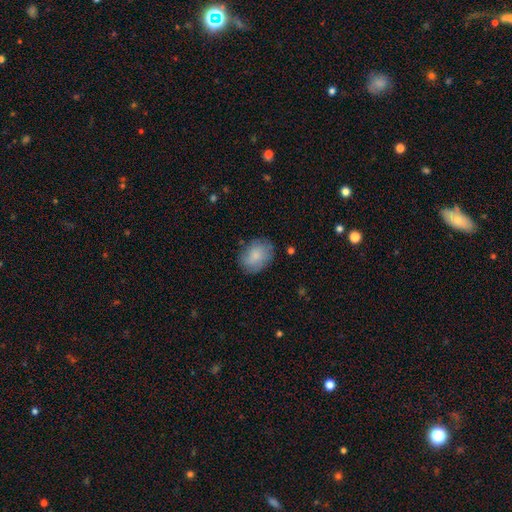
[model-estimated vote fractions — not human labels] Smooth or featured: smooth — 79% (featured or disk — 15%)
How rounded: in between — 69% (round — 30%)
Merging: none — 74% (minor disturbance — 19%)